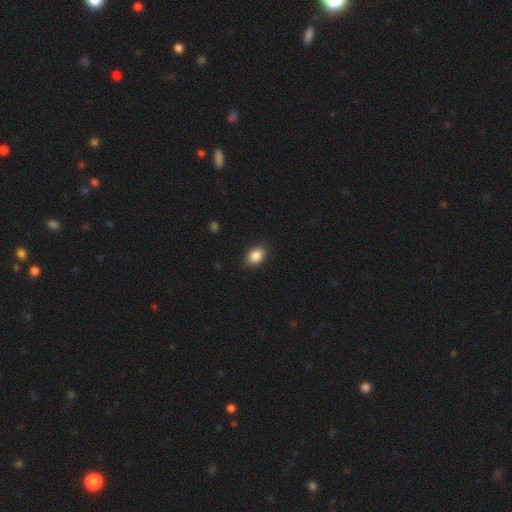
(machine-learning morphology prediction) Smooth or featured? smooth (87%)
How rounded? in between (74%)
Merging? none (88%)